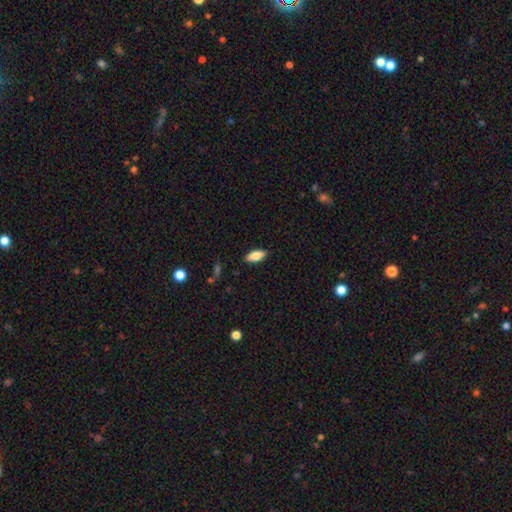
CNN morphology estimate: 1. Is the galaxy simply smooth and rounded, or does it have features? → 78% smooth, 15% featured or disk, 7% star or artifact.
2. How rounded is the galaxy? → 81% in between, 16% cigar-shaped, 2% round.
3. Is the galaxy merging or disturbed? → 87% none, 10% minor disturbance, 2% major disturbance, 1% merger.